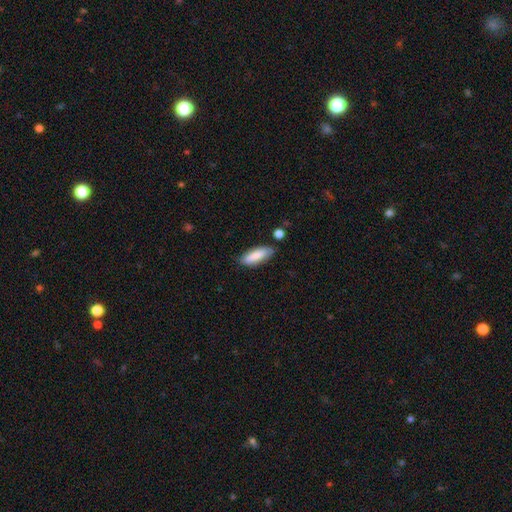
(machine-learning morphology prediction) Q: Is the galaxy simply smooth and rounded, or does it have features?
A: smooth — 81%.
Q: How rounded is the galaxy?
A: in between — 59%.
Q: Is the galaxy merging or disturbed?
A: none — 76%.